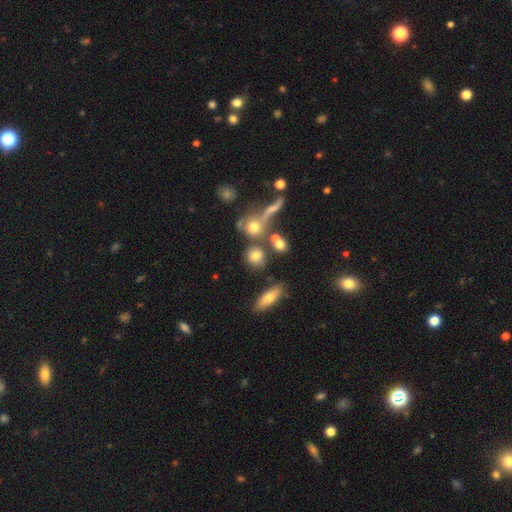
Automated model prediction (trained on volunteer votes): smooth 71%, star or artifact 14%, featured or disk 14%. Down the decision tree: how rounded — round (72%); merging — none (58%).